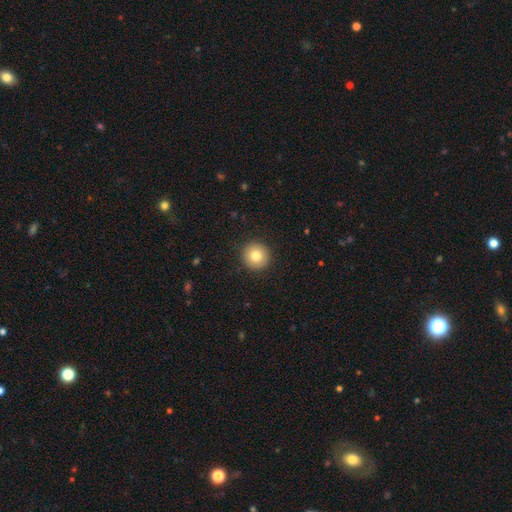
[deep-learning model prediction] smooth-or-featured: smooth: 81% | featured or disk: 10% | star or artifact: 9%
  how-rounded: round: 95% | in between: 4% | cigar-shaped: 1%
  merging: none: 92% | minor disturbance: 5% | major disturbance: 2% | merger: 1%